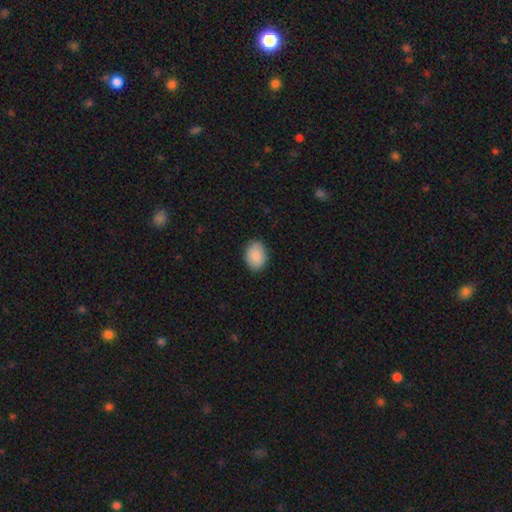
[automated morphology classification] Smooth or featured?
  - smooth: 89% *
  - star or artifact: 6%
  - featured or disk: 4%
How rounded?
  - in between: 72% *
  - round: 27%
  - cigar-shaped: 1%
Merging?
  - none: 87% *
  - minor disturbance: 10%
  - major disturbance: 2%
  - merger: 1%